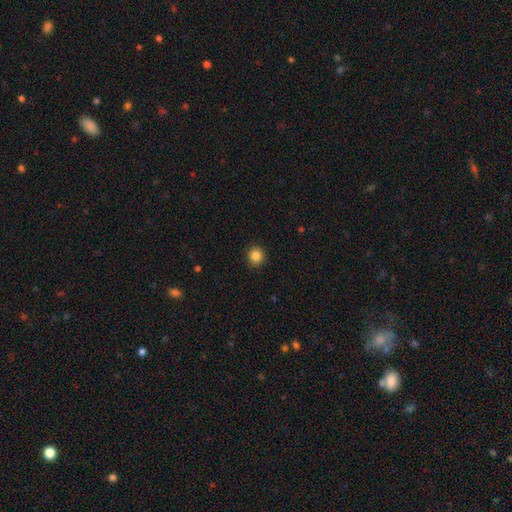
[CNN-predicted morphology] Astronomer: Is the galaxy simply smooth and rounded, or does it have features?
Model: smooth — 84%.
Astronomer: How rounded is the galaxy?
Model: round — 91%.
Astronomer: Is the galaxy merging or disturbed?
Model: none — 91%.